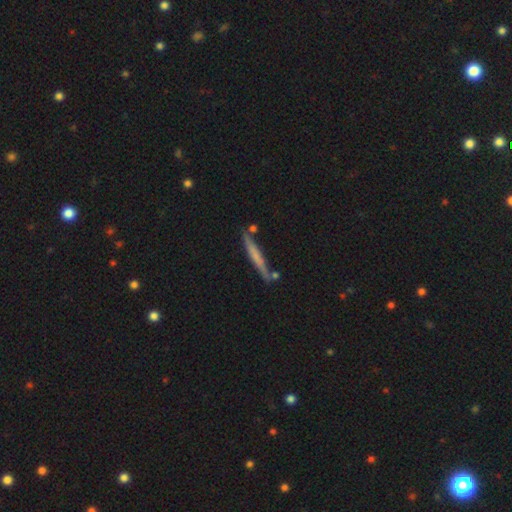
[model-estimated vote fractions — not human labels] Q: Smooth or featured?
A: smooth (52%); runner-up: featured or disk (42%)
Q: How rounded?
A: cigar-shaped (95%); runner-up: in between (3%)
Q: Merging?
A: none (79%); runner-up: minor disturbance (12%)